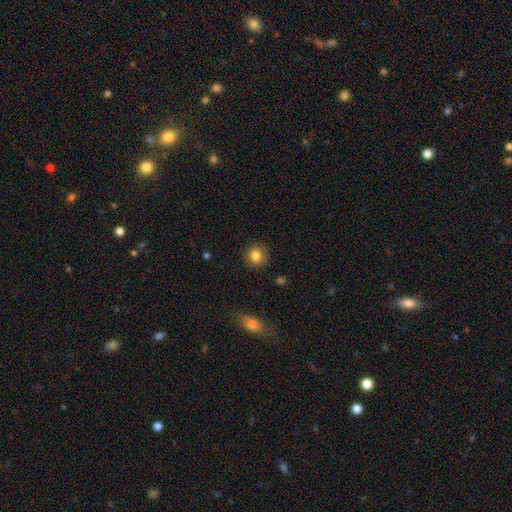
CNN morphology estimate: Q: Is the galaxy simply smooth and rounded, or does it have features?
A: smooth — 83%.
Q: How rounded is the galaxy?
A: round — 91%.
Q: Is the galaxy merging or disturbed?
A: none — 90%.